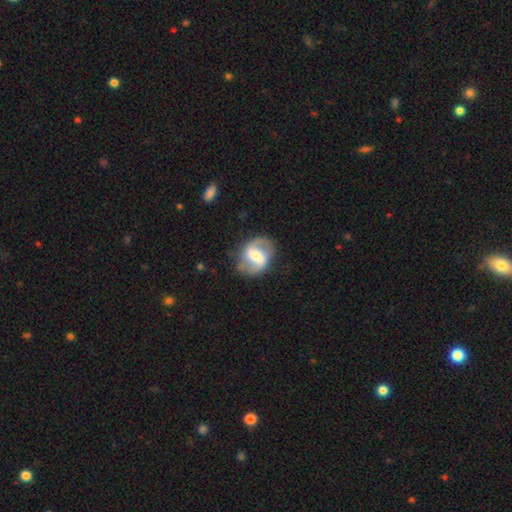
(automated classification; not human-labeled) smooth_or_featured: featured or disk (p=0.79) [alt: smooth p=0.16]
disk_edge_on: no (p=0.97) [alt: yes p=0.03]
bar: strong (p=0.44) [alt: weak p=0.40]
has_spiral_arms: yes (p=0.89) [alt: no p=0.11]
spiral_winding: medium (p=0.46) [alt: loose p=0.38]
spiral_arm_count: 2 (p=0.90) [alt: can't tell p=0.04]
bulge_size: moderate (p=0.52) [alt: small p=0.30]
merging: none (p=0.77) [alt: minor disturbance p=0.15]